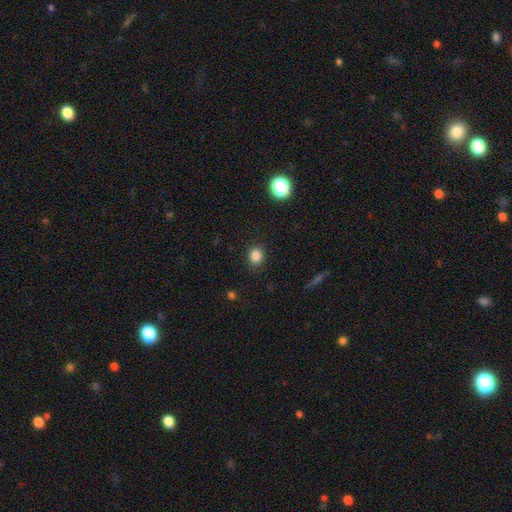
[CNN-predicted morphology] smooth 84%, star or artifact 12%, featured or disk 4%. Down the decision tree: how rounded — round (74%); merging — none (88%).